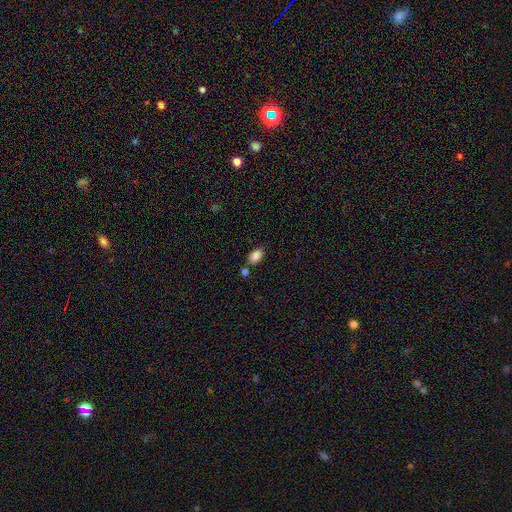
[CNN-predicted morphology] smooth 86%, star or artifact 9%, featured or disk 5%. Down the decision tree: how rounded — in between (88%); merging — none (70%).